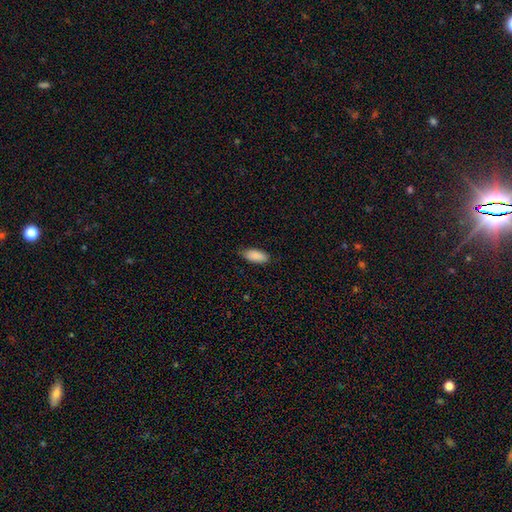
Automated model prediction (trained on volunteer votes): This appears to be a smooth galaxy with no disk features (90%) that is in between round and cigar-shaped (87%). Merging: none (80%).